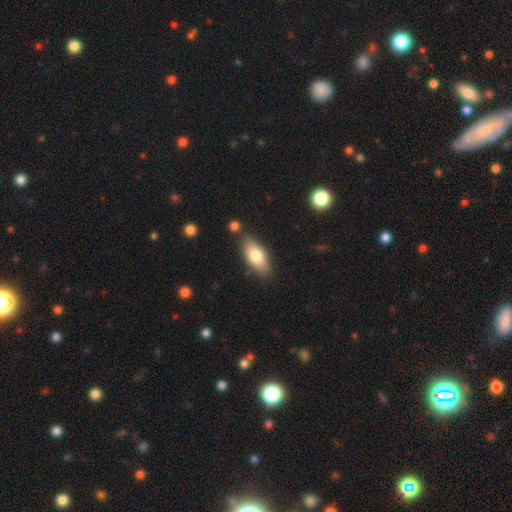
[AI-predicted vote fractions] Smooth or featured? smooth (77%)
How rounded? in between (85%)
Merging? none (80%)